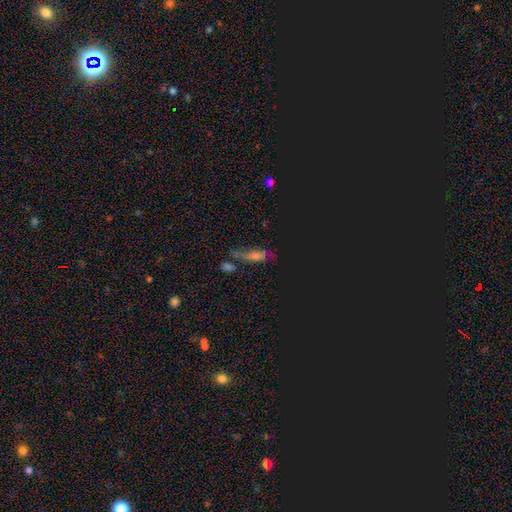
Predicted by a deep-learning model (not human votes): Q: Smooth or featured?
A: star or artifact (43%); runner-up: smooth (35%)